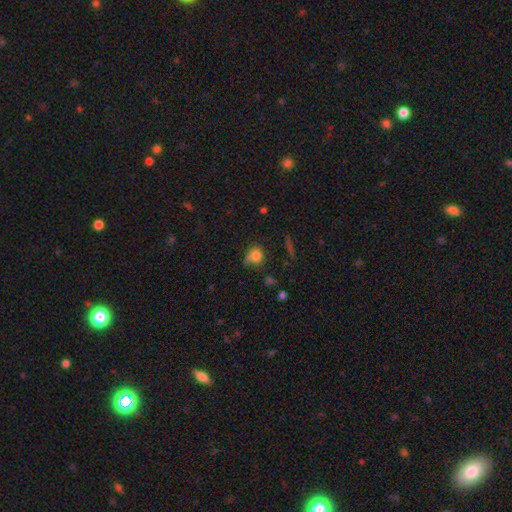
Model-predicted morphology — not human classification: The model was most divided on "merging": none: 47%, minor disturbance: 32%, major disturbance: 16%, merger: 5%. More confident: smooth or featured — smooth (78%); how rounded — round (65%).